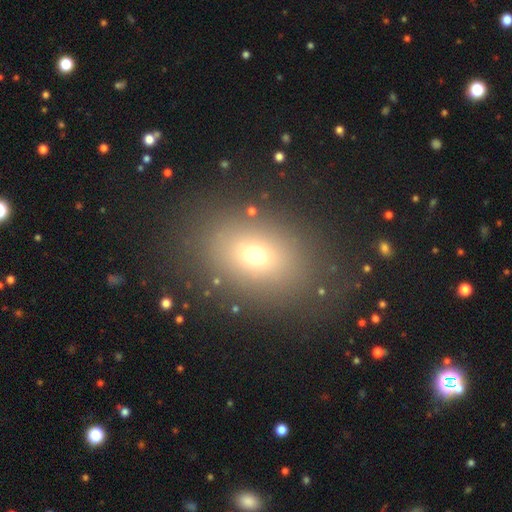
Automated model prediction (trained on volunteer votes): This appears to be a smooth galaxy with no disk features (67%) that is in between round and cigar-shaped (66%). Merging: none (81%).